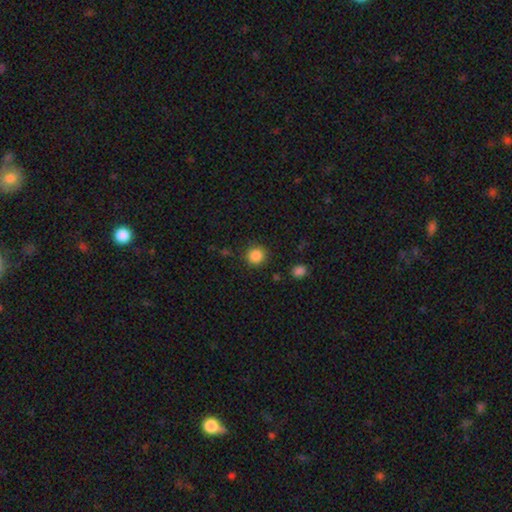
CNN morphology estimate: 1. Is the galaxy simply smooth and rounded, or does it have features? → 87% smooth, 10% star or artifact, 3% featured or disk.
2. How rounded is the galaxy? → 92% round, 7% in between, 1% cigar-shaped.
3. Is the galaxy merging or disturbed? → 88% none, 7% minor disturbance, 3% major disturbance, 2% merger.